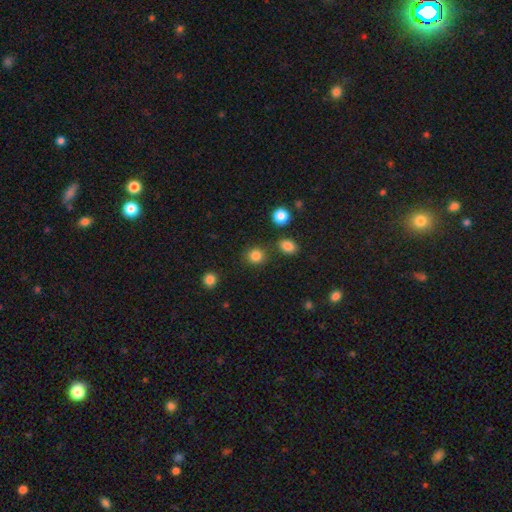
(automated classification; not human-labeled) smooth_or_featured: smooth (p=0.84) [alt: star or artifact p=0.12]
how_rounded: round (p=0.86) [alt: in between p=0.13]
merging: none (p=0.81) [alt: minor disturbance p=0.09]